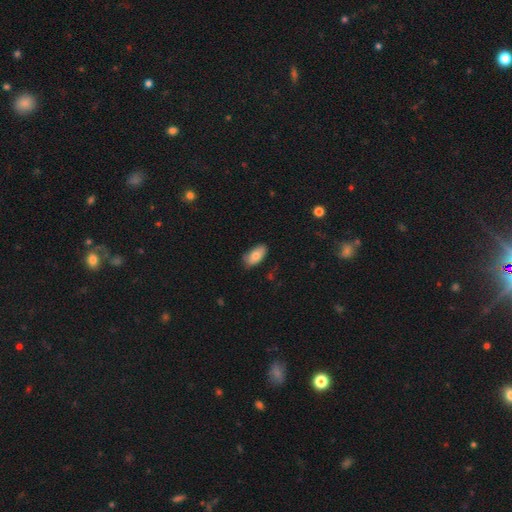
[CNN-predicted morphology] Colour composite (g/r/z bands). It shows a smooth galaxy with no disk features (80%) that is in between round and cigar-shaped (93%). Merging: none (78%).